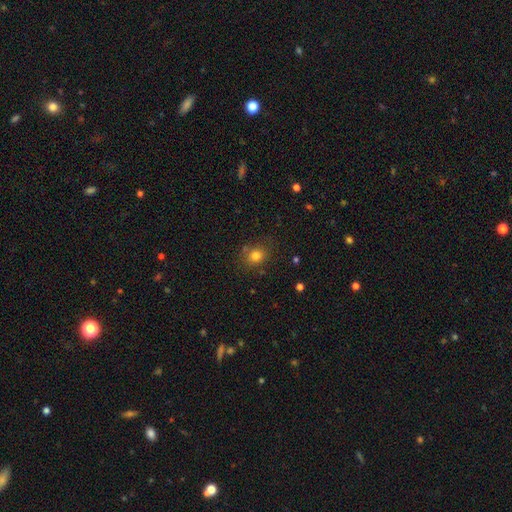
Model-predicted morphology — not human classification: smooth_or_featured: smooth (p=0.79) [alt: star or artifact p=0.13]
how_rounded: round (p=0.70) [alt: in between p=0.29]
merging: none (p=0.75) [alt: minor disturbance p=0.15]